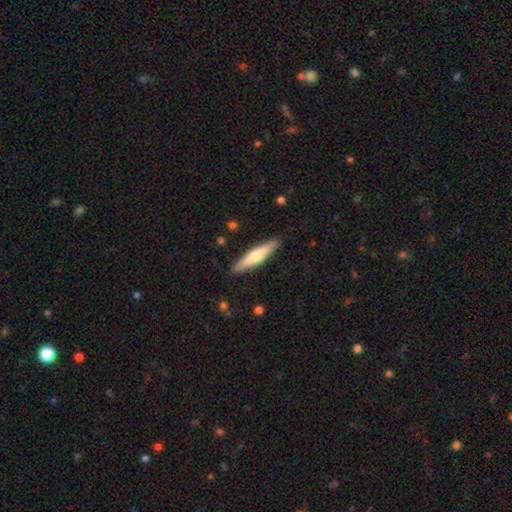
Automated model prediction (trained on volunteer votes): Overall: smooth (54%; featured or disk 41%). How rounded: cigar-shaped (84%). Merging: none (90%).